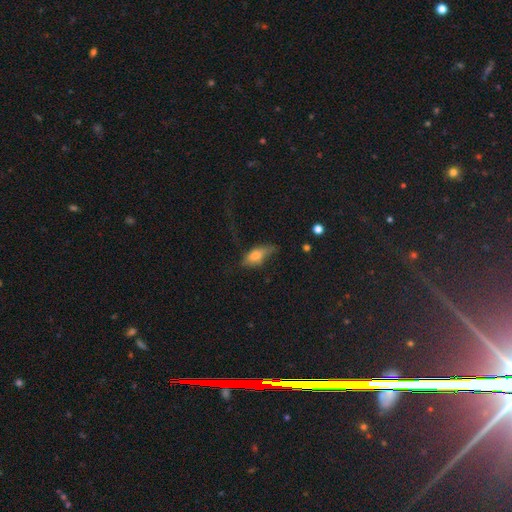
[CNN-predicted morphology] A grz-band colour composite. It shows a smooth galaxy with no disk features (70%) that is in between round and cigar-shaped (81%). Merging: none (36%).